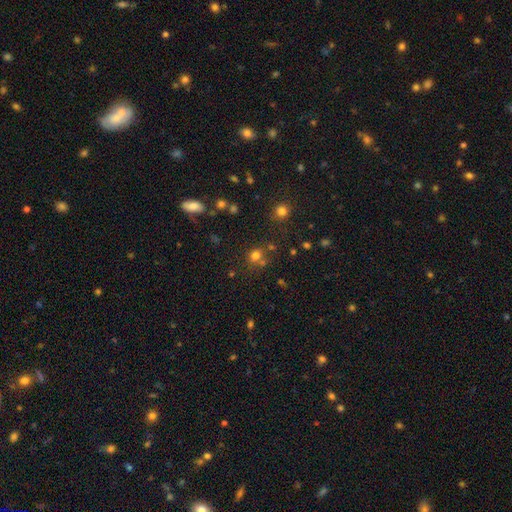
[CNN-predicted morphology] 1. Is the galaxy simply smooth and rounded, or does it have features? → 72% smooth, 20% star or artifact, 8% featured or disk.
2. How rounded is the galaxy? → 77% round, 22% in between, 1% cigar-shaped.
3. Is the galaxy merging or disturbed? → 63% none, 21% merger, 11% minor disturbance, 5% major disturbance.